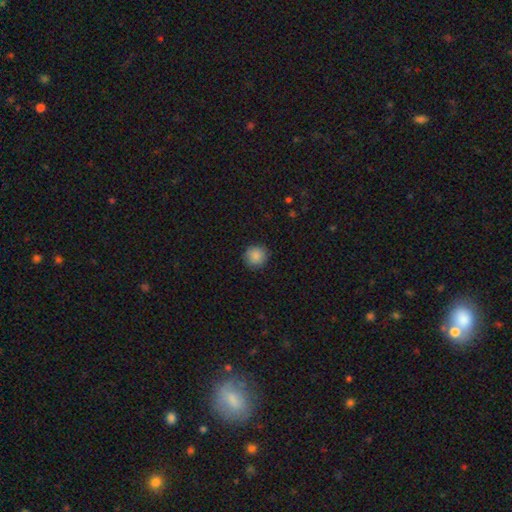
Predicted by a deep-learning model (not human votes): This is clearly a smooth galaxy (88%). How rounded: clearly round (93%). Merging: clearly none (90%).